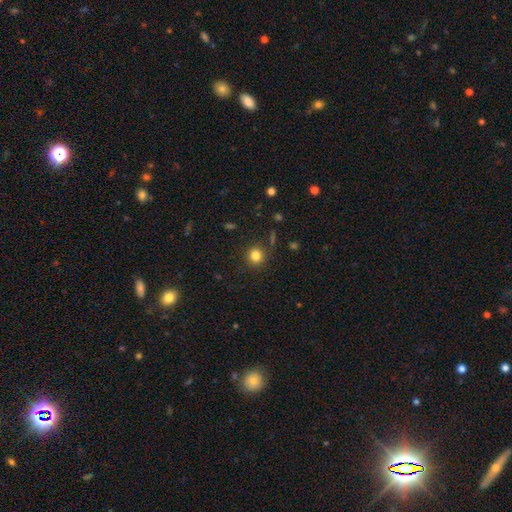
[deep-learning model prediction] Smooth or featured: smooth — 81% (star or artifact — 13%)
How rounded: round — 90% (in between — 9%)
Merging: none — 88% (minor disturbance — 8%)